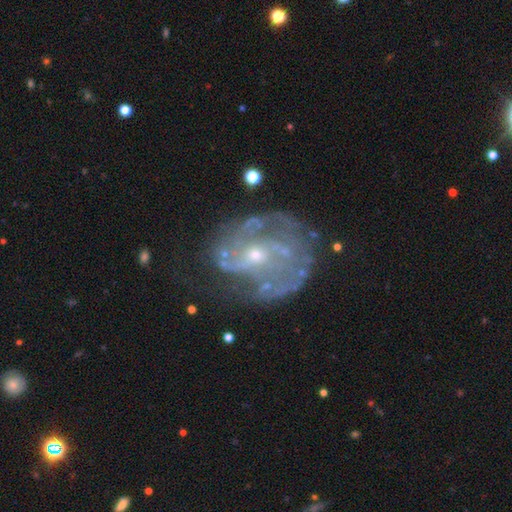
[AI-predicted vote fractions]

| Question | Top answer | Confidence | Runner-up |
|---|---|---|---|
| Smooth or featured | featured or disk | 80% | smooth (11%) |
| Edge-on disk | no | 97% | yes (3%) |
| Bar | no | 68% | weak (25%) |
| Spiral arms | yes | 77% | no (23%) |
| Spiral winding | medium | 42% | tight (31%) |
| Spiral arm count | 2 | 39% | can't tell (32%) |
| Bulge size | small | 70% | moderate (25%) |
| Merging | none | 48% | major disturbance (25%) |